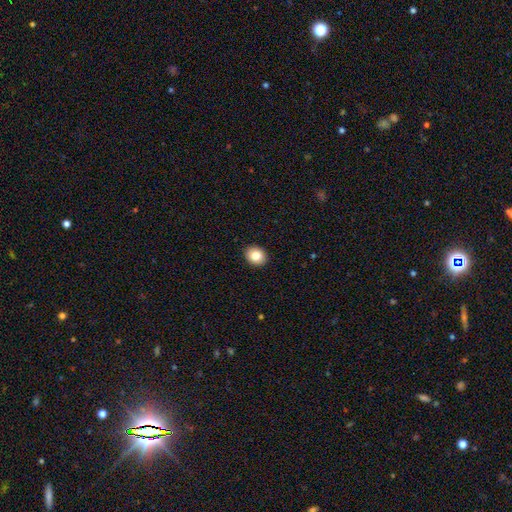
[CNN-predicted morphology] type=smooth (83%); roundness=round (54%); merging=none (91%).